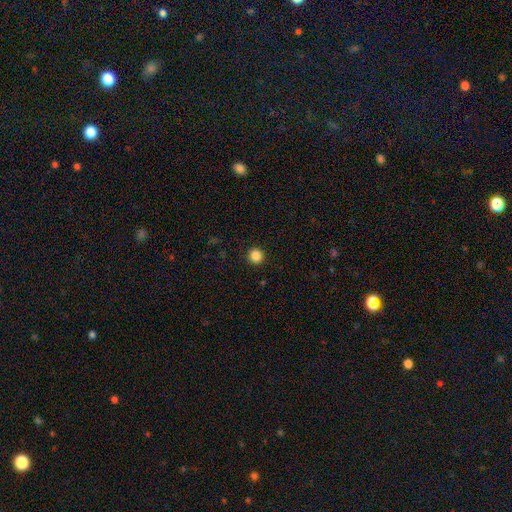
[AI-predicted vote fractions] A smooth galaxy with no disk features (86%) that is round (94%).

Vote fractions:
- Smooth or featured? smooth: 86% / star or artifact: 11% / featured or disk: 3%
- How rounded? round: 94% / in between: 5% / cigar-shaped: 1%
- Merging? none: 93% / minor disturbance: 5% / major disturbance: 2% / merger: 1%